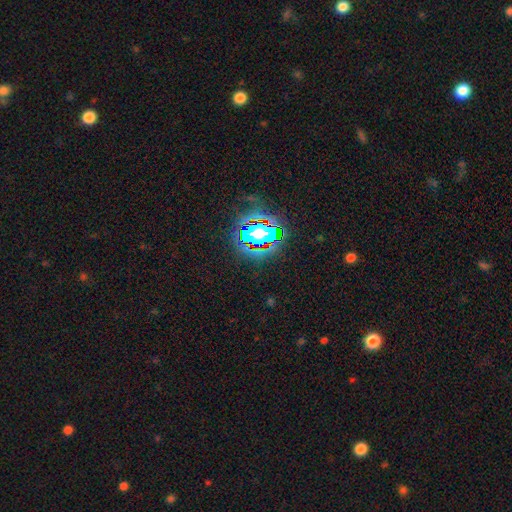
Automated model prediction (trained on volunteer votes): smooth_or_featured: star or artifact (p=0.79) [alt: smooth p=0.12]